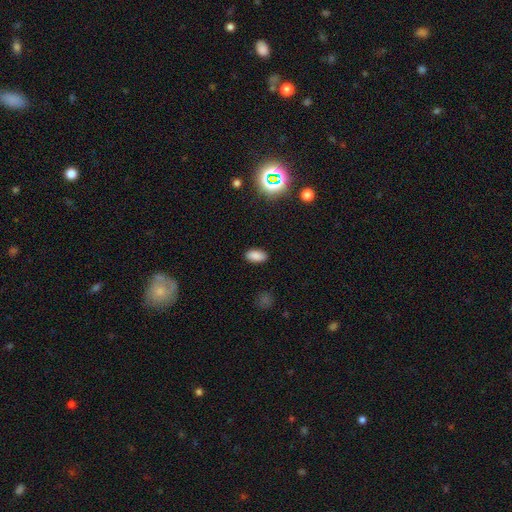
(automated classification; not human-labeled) Smooth or featured? smooth (84%)
How rounded? in between (92%)
Merging? none (88%)